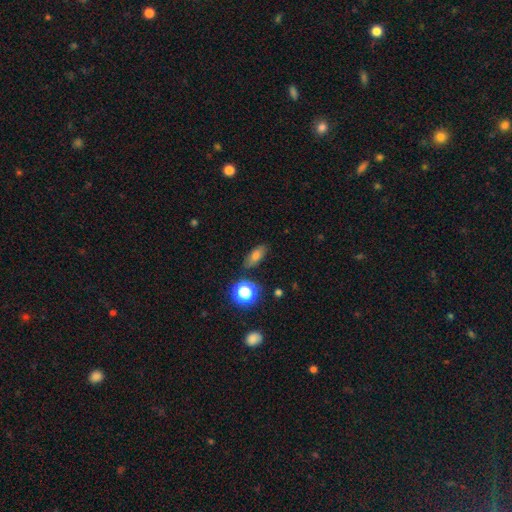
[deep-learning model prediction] A smooth galaxy with no disk features (71%) that is in between round and cigar-shaped (76%).

Vote fractions:
- Smooth or featured? smooth: 71% / star or artifact: 15% / featured or disk: 14%
- How rounded? in between: 76% / round: 13% / cigar-shaped: 11%
- Merging? none: 84% / minor disturbance: 11% / major disturbance: 3% / merger: 2%